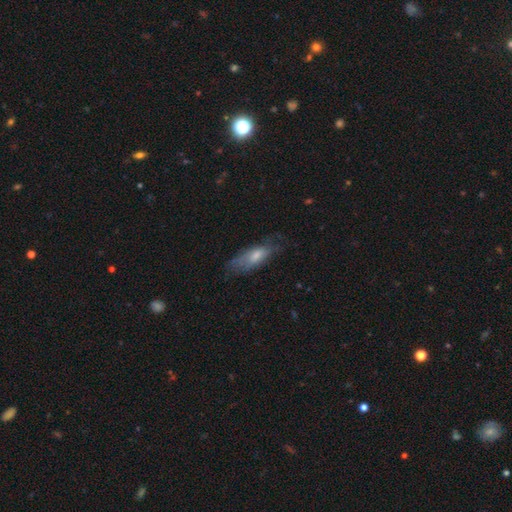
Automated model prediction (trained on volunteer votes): The model was most divided on "how rounded": in between: 61%, cigar-shaped: 36%, round: 2%. More confident: smooth or featured — smooth (59%); merging — none (57%).